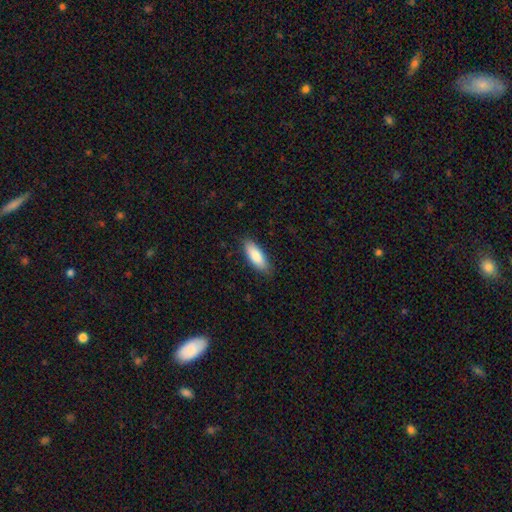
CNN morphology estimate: Smooth or featured?
  - smooth: 85% *
  - featured or disk: 10%
  - star or artifact: 5%
How rounded?
  - in between: 71% *
  - cigar-shaped: 27%
  - round: 2%
Merging?
  - none: 84% *
  - minor disturbance: 13%
  - major disturbance: 2%
  - merger: 1%